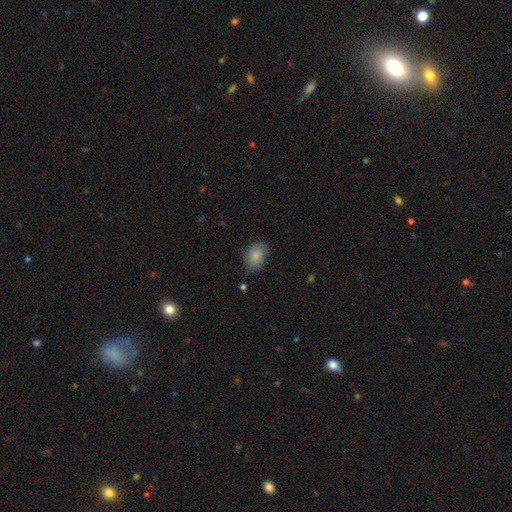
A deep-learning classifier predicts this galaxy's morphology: Overall: smooth (80%). How rounded: in between (74%). Merging: none (67%).